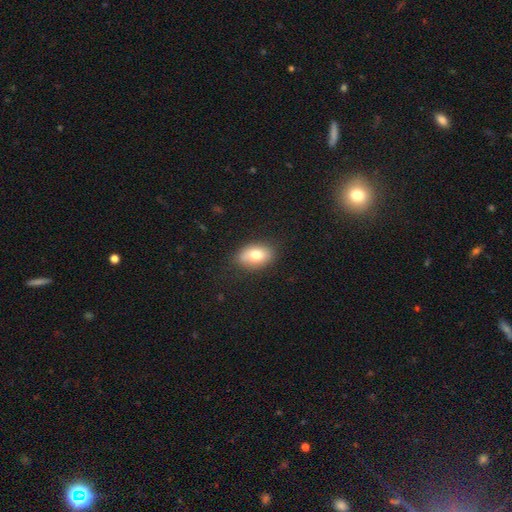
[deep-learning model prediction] This appears to be a smooth galaxy with no disk features (76%) that is in between round and cigar-shaped (84%). Merging: none (82%).